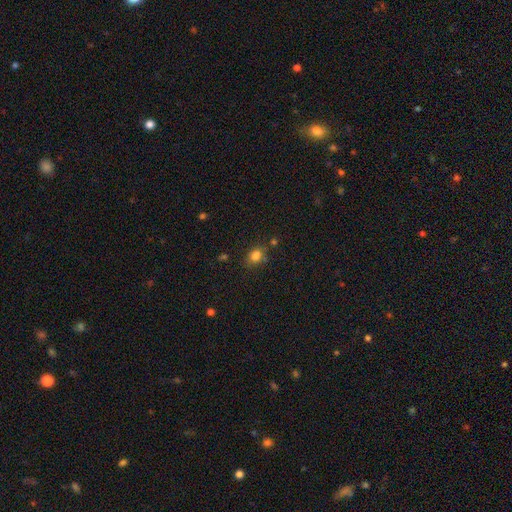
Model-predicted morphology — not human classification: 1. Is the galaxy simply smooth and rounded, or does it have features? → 80% smooth, 14% star or artifact, 6% featured or disk.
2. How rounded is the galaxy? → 58% in between, 41% round, 1% cigar-shaped.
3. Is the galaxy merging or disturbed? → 71% none, 16% minor disturbance, 7% merger, 5% major disturbance.